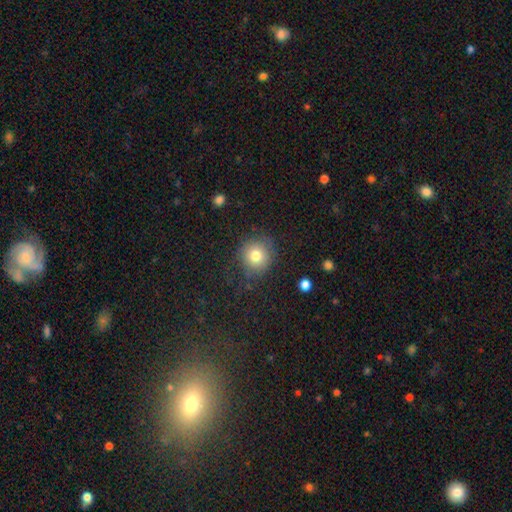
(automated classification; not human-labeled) Q: Smooth or featured?
A: smooth (78%); runner-up: star or artifact (12%)
Q: How rounded?
A: round (91%); runner-up: in between (8%)
Q: Merging?
A: none (81%); runner-up: minor disturbance (12%)